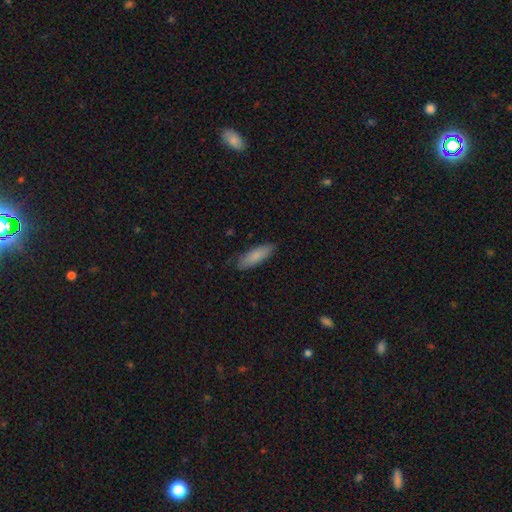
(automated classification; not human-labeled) Smooth or featured?
  - smooth: 85% *
  - featured or disk: 9%
  - star or artifact: 6%
How rounded?
  - in between: 53% *
  - cigar-shaped: 46%
  - round: 2%
Merging?
  - none: 85% *
  - minor disturbance: 12%
  - major disturbance: 2%
  - merger: 1%